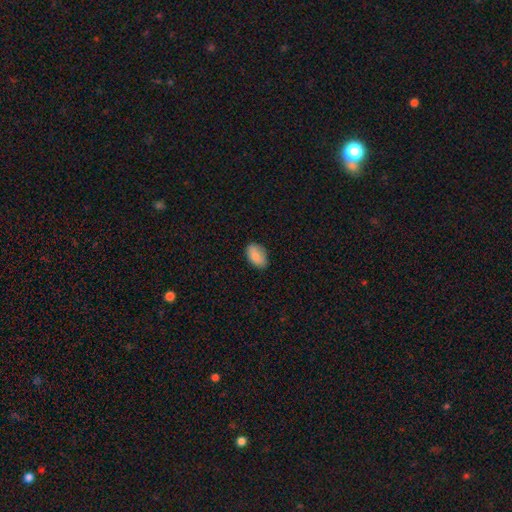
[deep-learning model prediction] The model was most divided on "merging": none: 78%, minor disturbance: 18%, major disturbance: 3%, merger: 1%. More confident: how rounded — in between (91%); smooth or featured — smooth (87%).